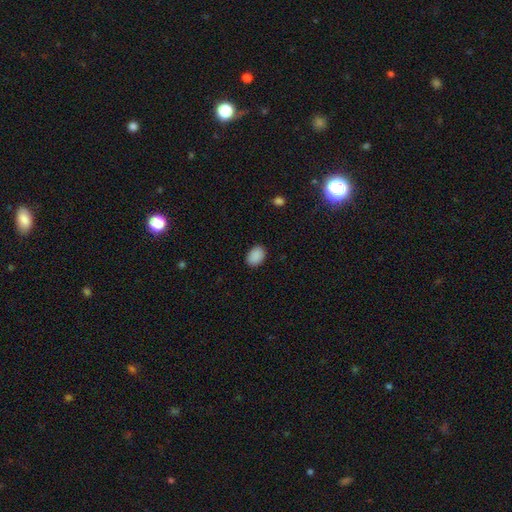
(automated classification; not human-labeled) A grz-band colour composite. It shows a smooth galaxy with no disk features (90%) that is in between round and cigar-shaped (79%). Merging: none (88%).